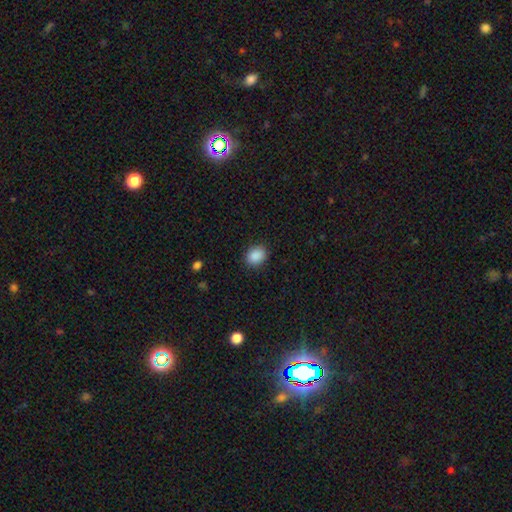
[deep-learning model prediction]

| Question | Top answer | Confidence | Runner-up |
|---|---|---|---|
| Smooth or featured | smooth | 88% | star or artifact (9%) |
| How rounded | round | 52% | in between (47%) |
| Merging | none | 88% | minor disturbance (8%) |